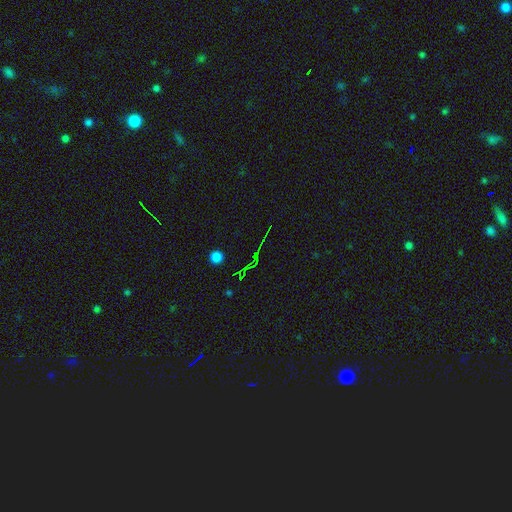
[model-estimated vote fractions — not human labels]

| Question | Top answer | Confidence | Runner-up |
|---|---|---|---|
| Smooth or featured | star or artifact | 72% | smooth (15%) |